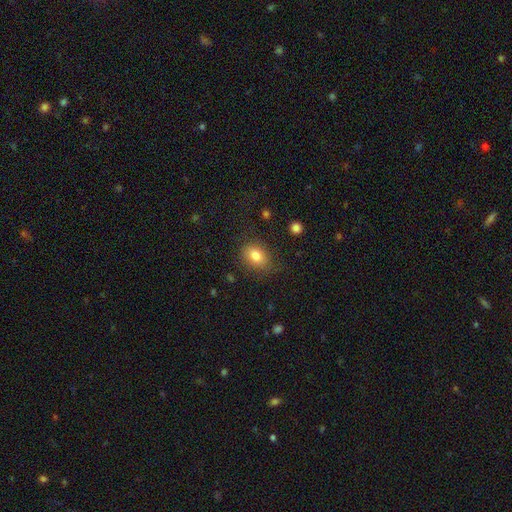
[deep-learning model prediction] The model was most divided on "how rounded": in between: 67%, round: 32%, cigar-shaped: 1%. More confident: smooth or featured — smooth (82%); merging — none (76%).